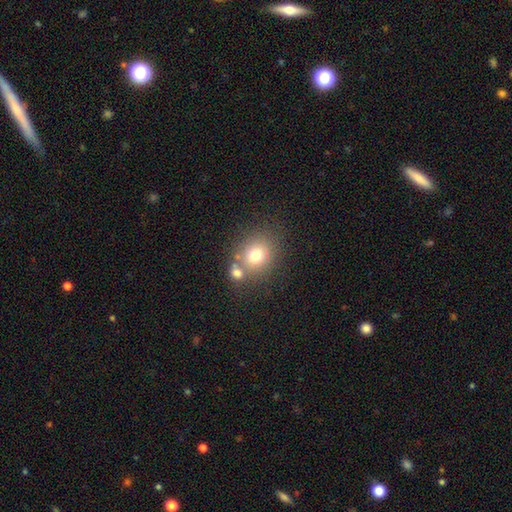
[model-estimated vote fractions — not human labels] Q: Smooth or featured?
A: smooth (73%); runner-up: featured or disk (14%)
Q: How rounded?
A: round (68%); runner-up: in between (31%)
Q: Merging?
A: none (60%); runner-up: merger (23%)